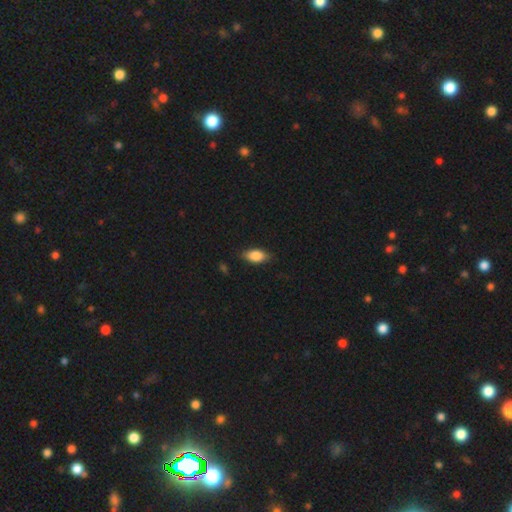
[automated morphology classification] type=smooth (81%); roundness=in between (87%); merging=none (81%).